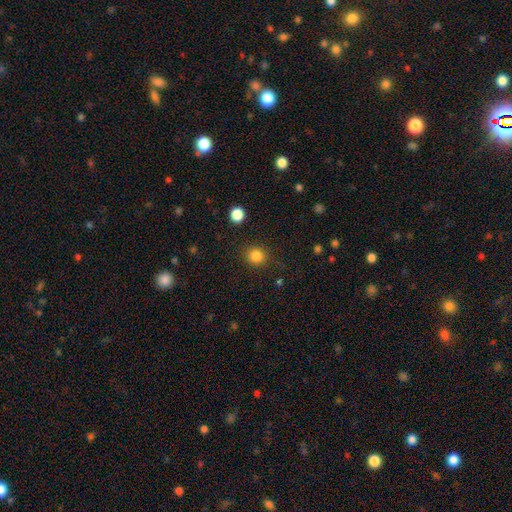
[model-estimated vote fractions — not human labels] A smooth galaxy with no disk features (84%) that is round (89%). Merging: none (87%).